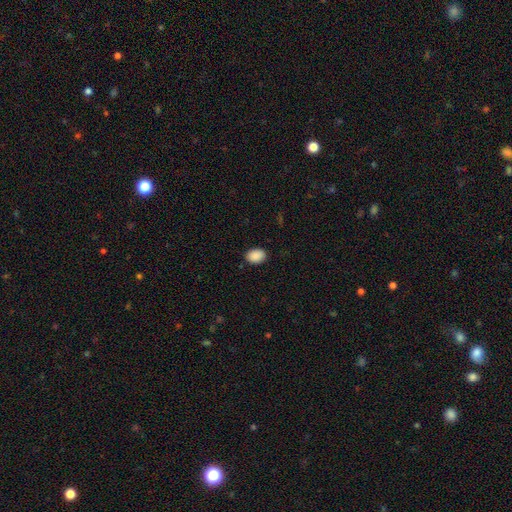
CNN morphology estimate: Smooth or featured: smooth — 90% (star or artifact — 7%)
How rounded: in between — 74% (round — 25%)
Merging: none — 88% (minor disturbance — 9%)